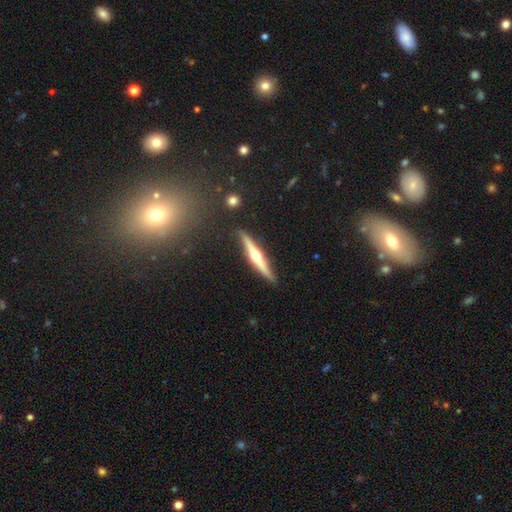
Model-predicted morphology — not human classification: Q: Smooth or featured?
A: featured or disk (73%); runner-up: smooth (22%)
Q: Edge-on disk?
A: yes (97%); runner-up: no (3%)
Q: Edge-on bulge?
A: rounded (90%); runner-up: none (5%)
Q: Merging?
A: none (87%); runner-up: minor disturbance (9%)